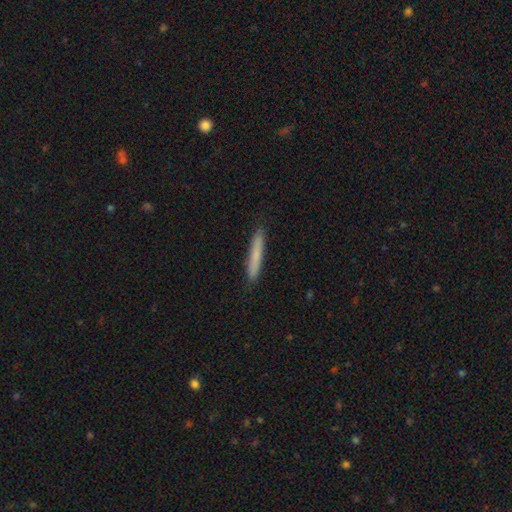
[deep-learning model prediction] Smooth or featured? Predicted: smooth (p=0.76). How rounded? Predicted: cigar-shaped (p=0.96). Merging? Predicted: none (p=0.90).